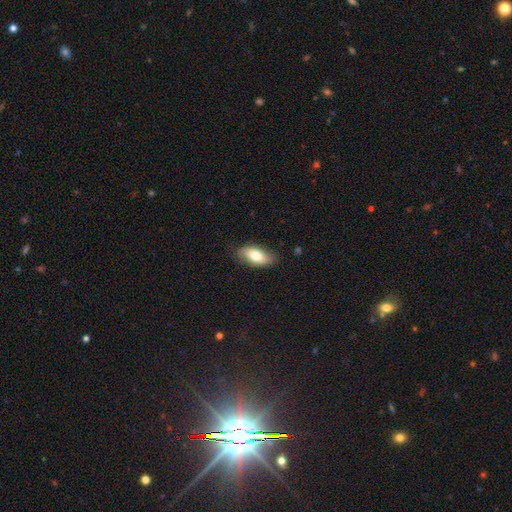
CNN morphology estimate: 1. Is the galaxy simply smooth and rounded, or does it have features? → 72% smooth, 22% featured or disk, 6% star or artifact.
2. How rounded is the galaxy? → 87% in between, 10% cigar-shaped, 3% round.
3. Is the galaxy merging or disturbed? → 79% none, 17% minor disturbance, 3% major disturbance, 1% merger.